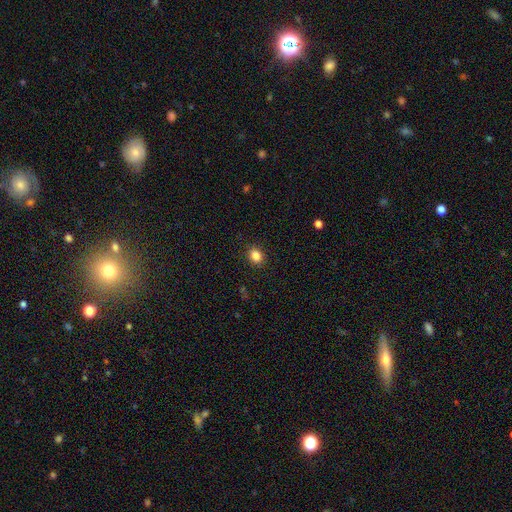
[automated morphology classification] A smooth galaxy with no disk features (86%) that is in between round and cigar-shaped (56%).

Vote fractions:
- Smooth or featured? smooth: 86% / star or artifact: 10% / featured or disk: 4%
- How rounded? in between: 56% / round: 43% / cigar-shaped: 1%
- Merging? none: 89% / minor disturbance: 8% / major disturbance: 2% / merger: 1%